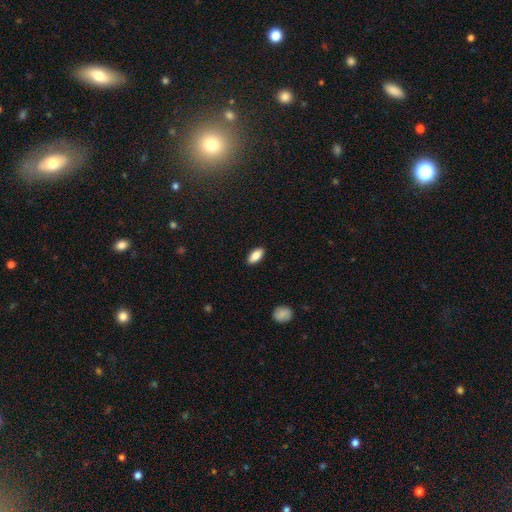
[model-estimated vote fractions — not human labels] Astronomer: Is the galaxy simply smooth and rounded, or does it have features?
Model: smooth — 82%.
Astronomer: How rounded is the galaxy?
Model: in between — 87%.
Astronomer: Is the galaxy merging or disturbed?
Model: none — 89%.